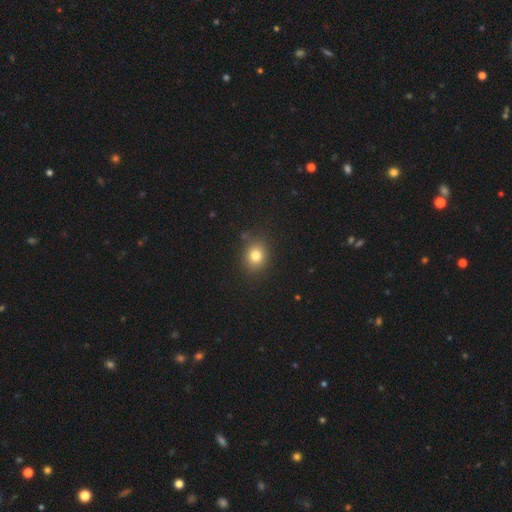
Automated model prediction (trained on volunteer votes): This is likely a smooth galaxy (79%). How rounded: likely round (68%). Merging: clearly none (84%).